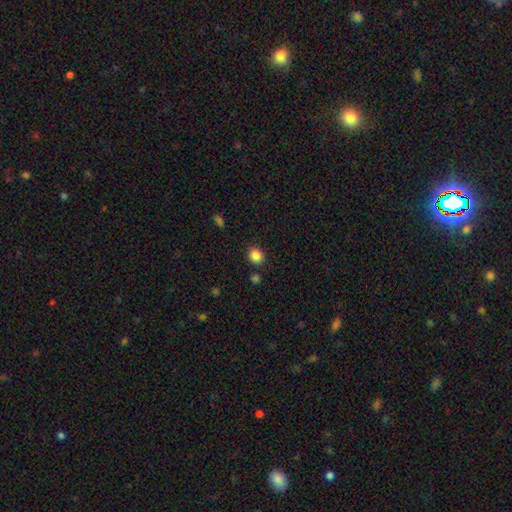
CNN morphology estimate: A smooth galaxy with no disk features (86%) that is round (83%). Merging: none (86%).